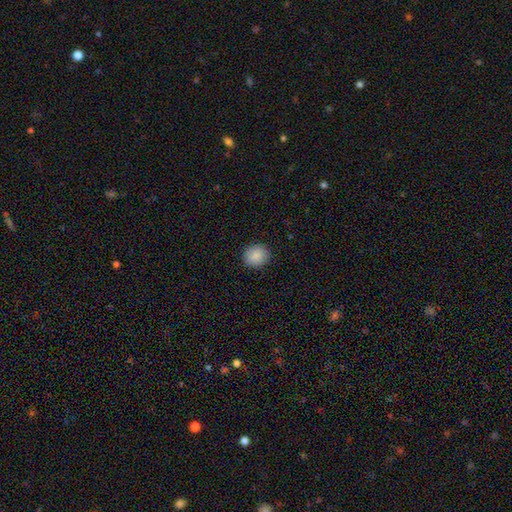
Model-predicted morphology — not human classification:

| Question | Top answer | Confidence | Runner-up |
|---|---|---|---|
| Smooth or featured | smooth | 89% | star or artifact (8%) |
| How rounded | round | 83% | in between (16%) |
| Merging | none | 91% | minor disturbance (6%) |